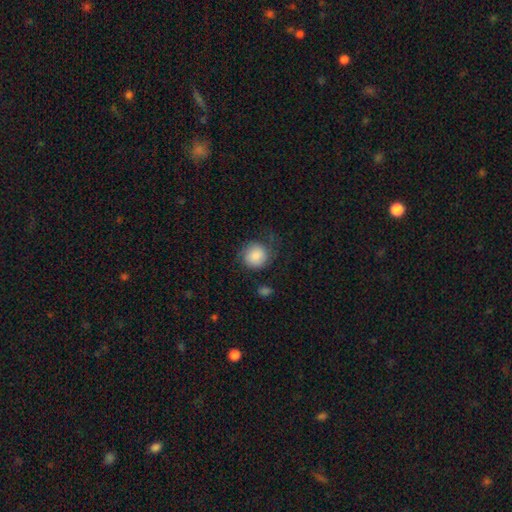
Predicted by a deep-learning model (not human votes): Smooth or featured: smooth — 76% (featured or disk — 17%)
How rounded: round — 87% (in between — 12%)
Merging: none — 60% (minor disturbance — 22%)